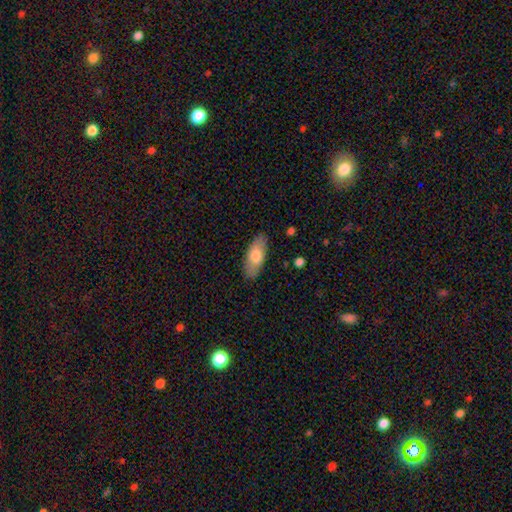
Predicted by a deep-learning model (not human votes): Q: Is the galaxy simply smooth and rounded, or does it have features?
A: smooth — 73%.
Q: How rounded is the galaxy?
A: in between — 84%.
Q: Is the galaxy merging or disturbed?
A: none — 85%.